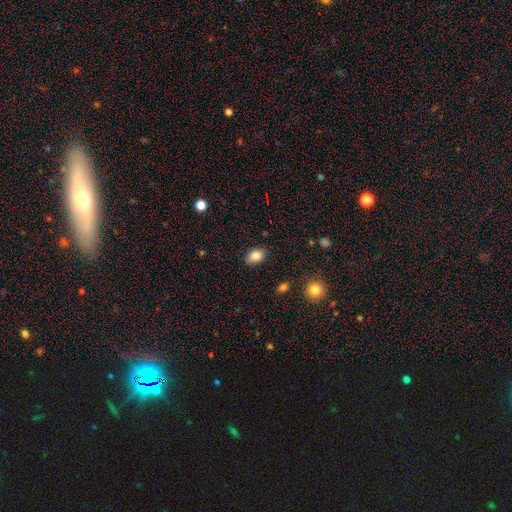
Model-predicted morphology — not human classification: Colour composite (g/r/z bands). It shows a smooth galaxy with no disk features (83%) that is in between round and cigar-shaped (86%). Merging: none (87%).